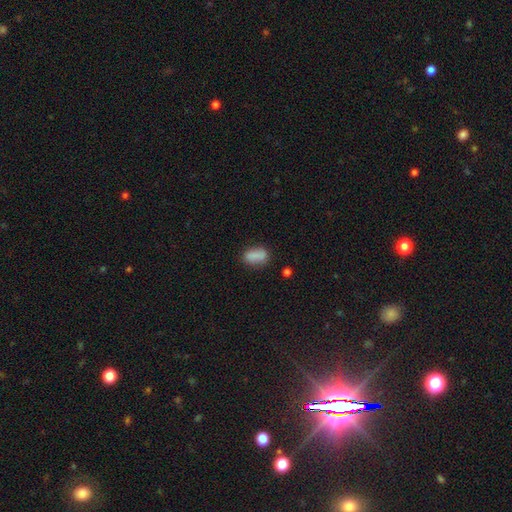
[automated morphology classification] smooth-or-featured: smooth: 83% | star or artifact: 9% | featured or disk: 8%
  how-rounded: in between: 83% | cigar-shaped: 9% | round: 8%
  merging: none: 71% | minor disturbance: 18% | merger: 6% | major disturbance: 5%